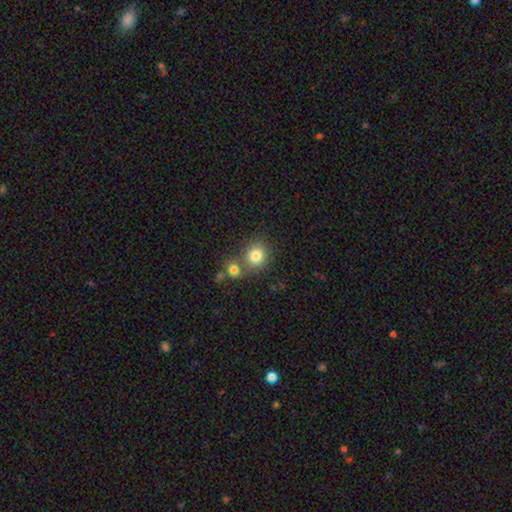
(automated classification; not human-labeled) Smooth or featured?
  - smooth: 81% *
  - star or artifact: 11%
  - featured or disk: 8%
How rounded?
  - round: 84% *
  - in between: 15%
  - cigar-shaped: 1%
Merging?
  - none: 57% *
  - merger: 30%
  - minor disturbance: 9%
  - major disturbance: 3%